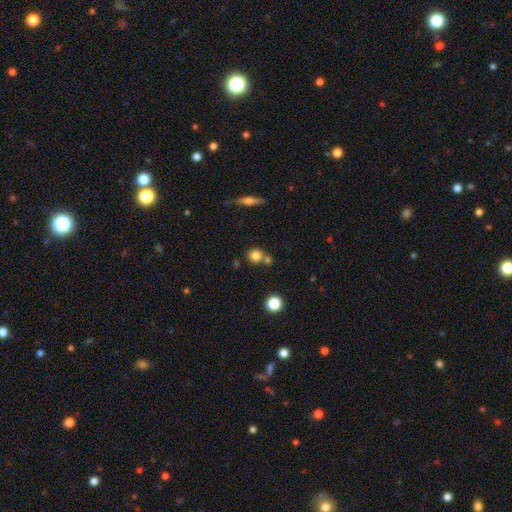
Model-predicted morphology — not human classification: Overall: smooth (79%). How rounded: round (88%). Merging: none (63%; merger 26%).